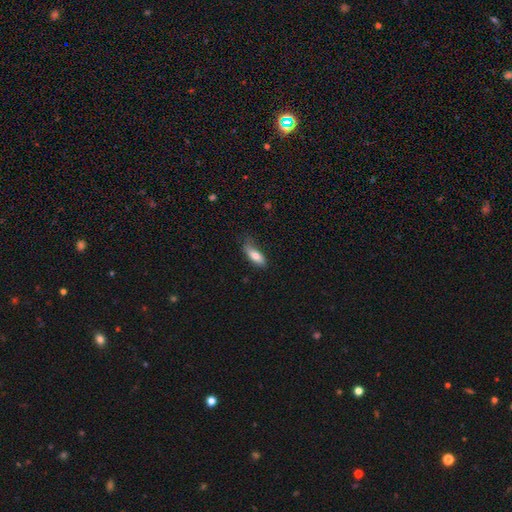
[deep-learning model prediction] This is likely a smooth galaxy (76%). How rounded: likely in between (72%). Merging: possibly none (56%).